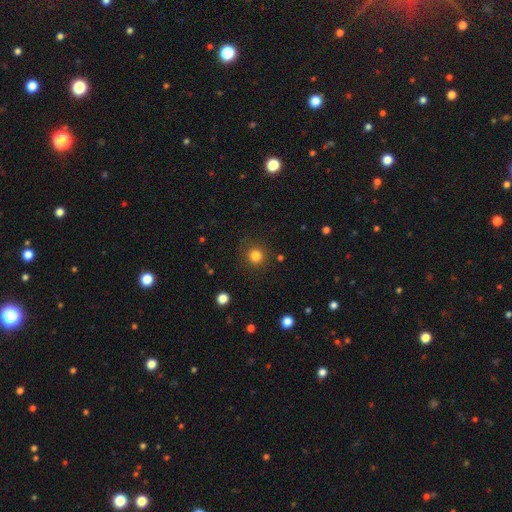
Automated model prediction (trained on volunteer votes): This appears to be a smooth galaxy with no disk features (82%) that is round (93%). Merging: none (87%).